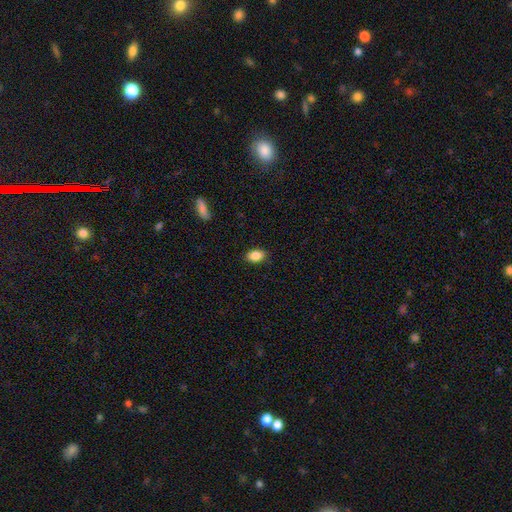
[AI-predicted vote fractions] This is clearly a smooth galaxy (86%). How rounded: clearly in between (87%). Merging: clearly none (88%).